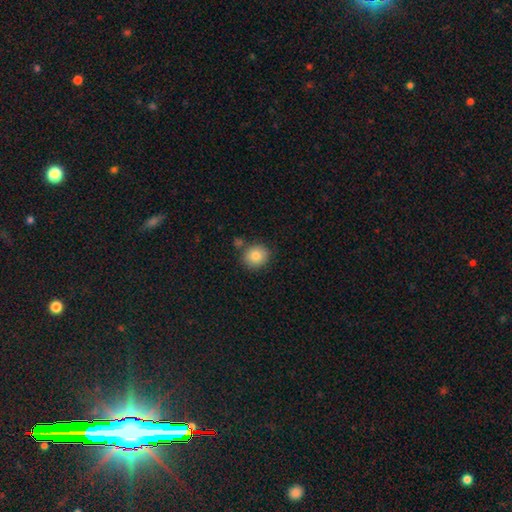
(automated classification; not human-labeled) A smooth galaxy with no disk features (83%) that is round (80%). Merging: none (78%).